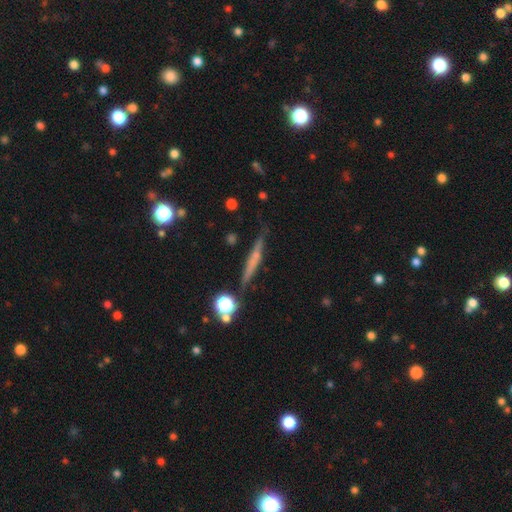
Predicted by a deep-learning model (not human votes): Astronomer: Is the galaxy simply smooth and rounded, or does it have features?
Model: featured or disk — 50% (runner-up: smooth, 39%).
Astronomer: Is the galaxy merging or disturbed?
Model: none — 82%.